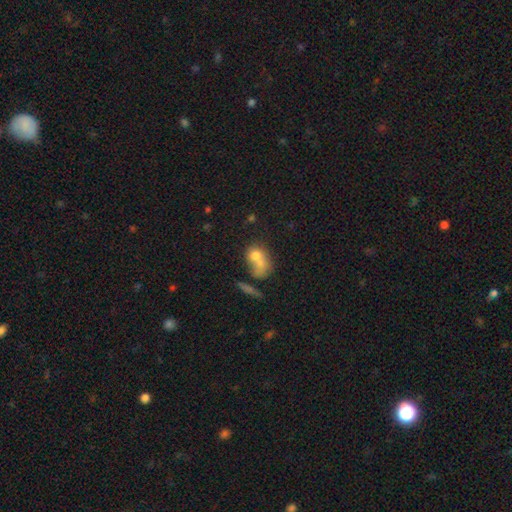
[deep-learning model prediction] smooth-or-featured: smooth: 68% | featured or disk: 22% | star or artifact: 10%
  how-rounded: in between: 51% | round: 47% | cigar-shaped: 2%
  merging: merger: 61% | none: 22% | minor disturbance: 9% | major disturbance: 8%